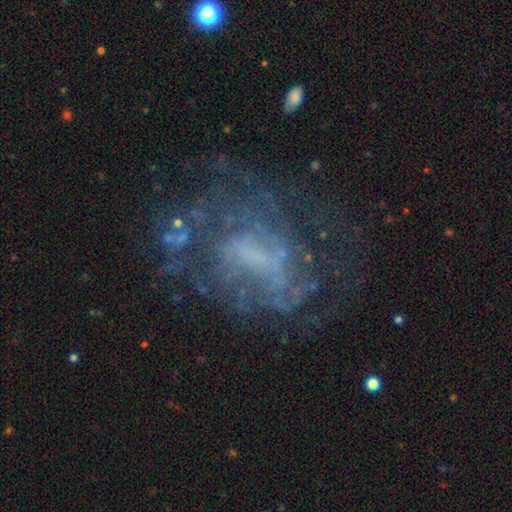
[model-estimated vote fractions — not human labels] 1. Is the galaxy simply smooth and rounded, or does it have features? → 71% featured or disk, 15% star or artifact, 14% smooth.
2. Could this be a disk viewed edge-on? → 96% no, 4% yes.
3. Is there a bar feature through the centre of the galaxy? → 44% no, 41% weak, 15% strong.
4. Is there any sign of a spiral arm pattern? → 61% yes, 39% no.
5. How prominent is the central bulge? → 46% none, 28% small, 20% moderate, 5% large, 1% dominant.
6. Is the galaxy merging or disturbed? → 54% none, 24% major disturbance, 18% minor disturbance, 3% merger.